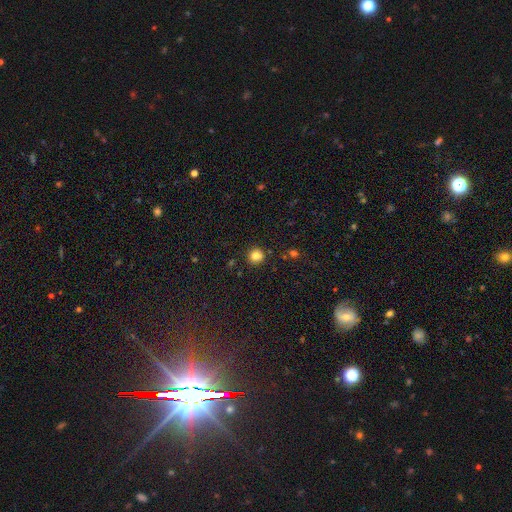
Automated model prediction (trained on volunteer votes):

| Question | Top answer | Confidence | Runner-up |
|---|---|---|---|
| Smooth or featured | smooth | 81% | star or artifact (13%) |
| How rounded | round | 92% | in between (7%) |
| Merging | none | 85% | minor disturbance (8%) |